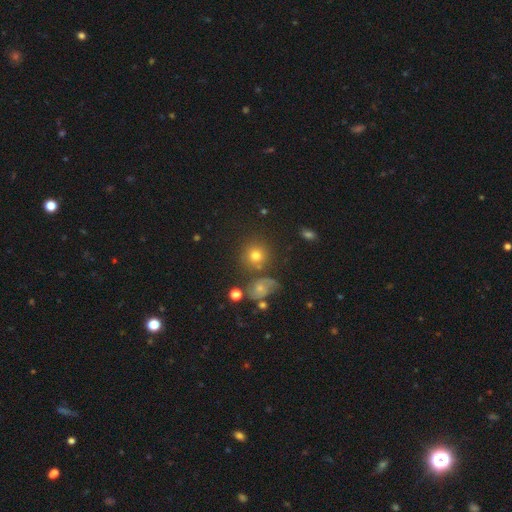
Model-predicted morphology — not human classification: type=smooth (71%); roundness=round (87%); merging=none (68%).